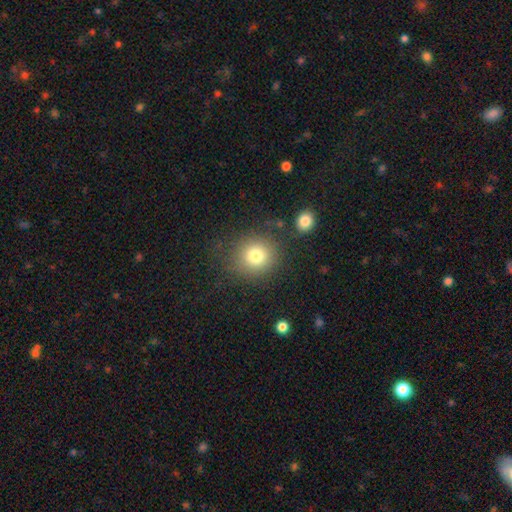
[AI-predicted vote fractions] This appears to be a smooth galaxy with no disk features (79%) that is round (87%). Merging: none (80%).